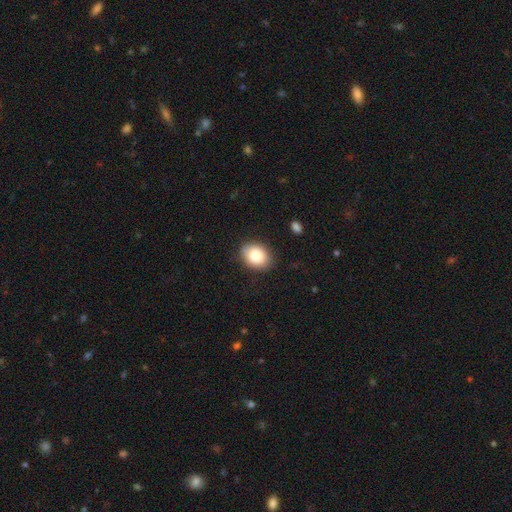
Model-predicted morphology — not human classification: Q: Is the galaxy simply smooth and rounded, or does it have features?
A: smooth — 84%.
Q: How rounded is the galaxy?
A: in between — 67%.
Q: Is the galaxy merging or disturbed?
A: none — 83%.